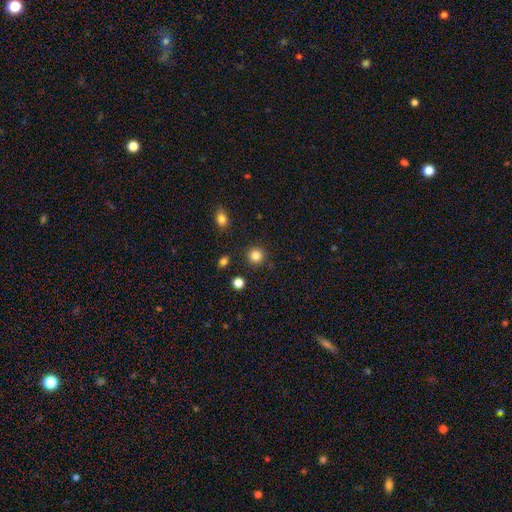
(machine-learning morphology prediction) Q: Smooth or featured?
A: smooth (85%); runner-up: star or artifact (11%)
Q: How rounded?
A: round (92%); runner-up: in between (7%)
Q: Merging?
A: none (89%); runner-up: minor disturbance (7%)